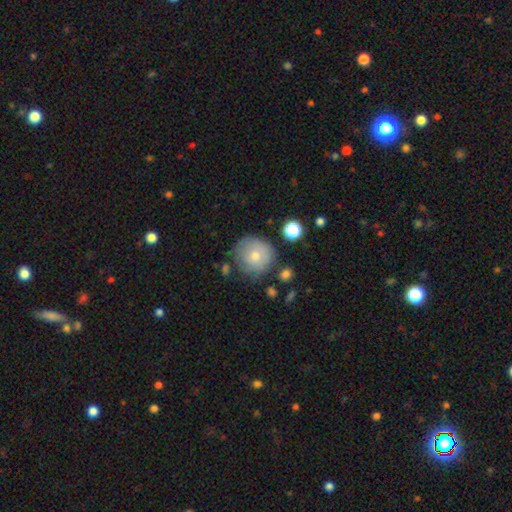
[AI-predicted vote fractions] Smooth or featured? smooth (66%)
How rounded? round (93%)
Merging? none (73%)